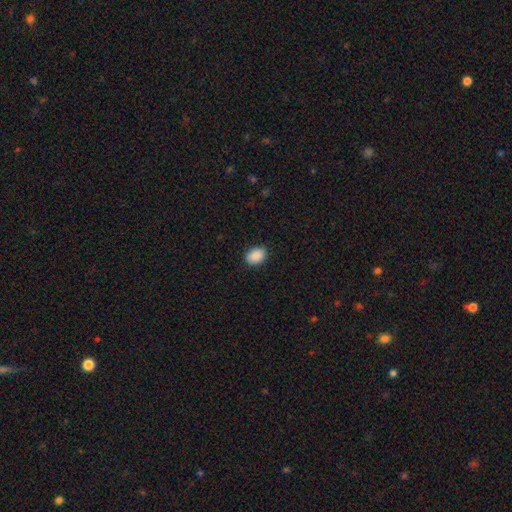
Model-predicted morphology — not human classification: Overall: smooth (90%). How rounded: in between (76%). Merging: none (88%).